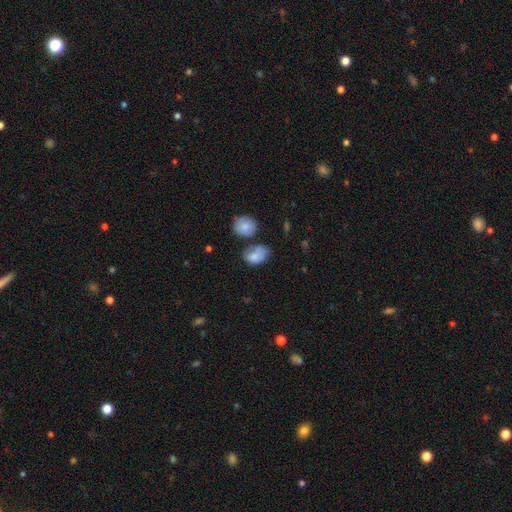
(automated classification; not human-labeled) A smooth galaxy with no disk features (79%) that is in between round and cigar-shaped (78%). Merging: none (37%).